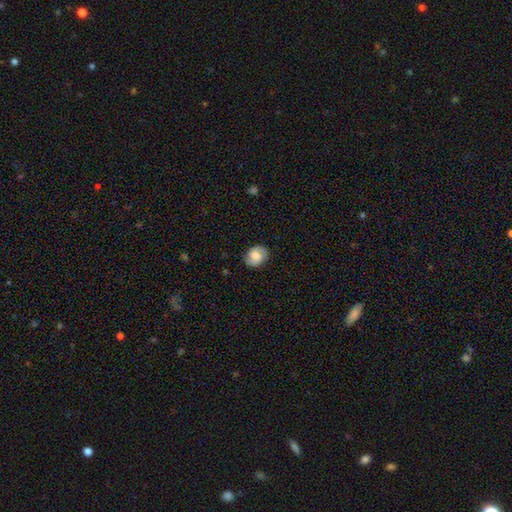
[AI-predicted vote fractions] The model was most divided on "how rounded": in between: 52%, round: 47%, cigar-shaped: 1%. More confident: merging — none (83%); smooth or featured — smooth (59%).